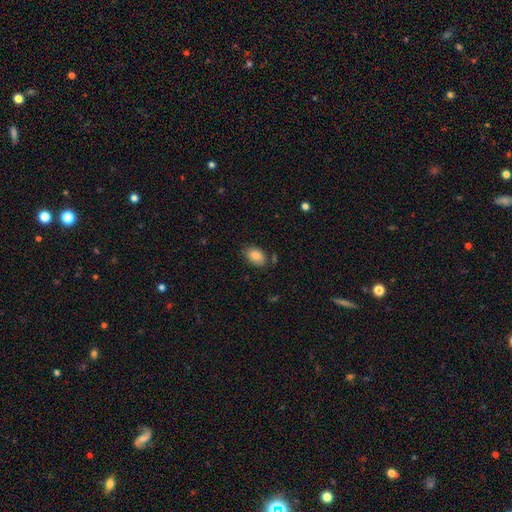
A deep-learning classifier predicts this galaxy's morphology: Smooth or featured? smooth (87%)
How rounded? in between (88%)
Merging? none (78%)